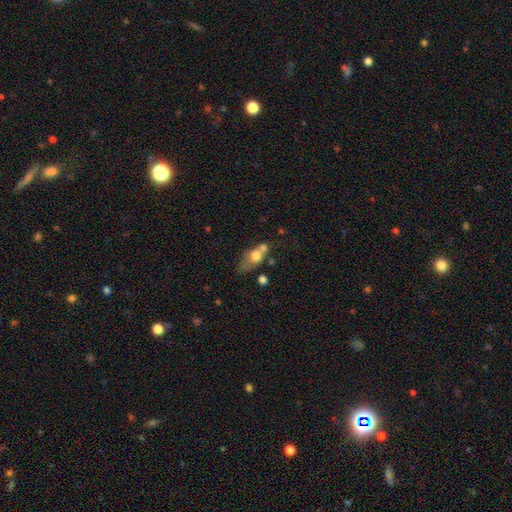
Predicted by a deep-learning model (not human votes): This is likely a smooth galaxy (64%). How rounded: likely in between (68%). Merging: marginally merger (35%).